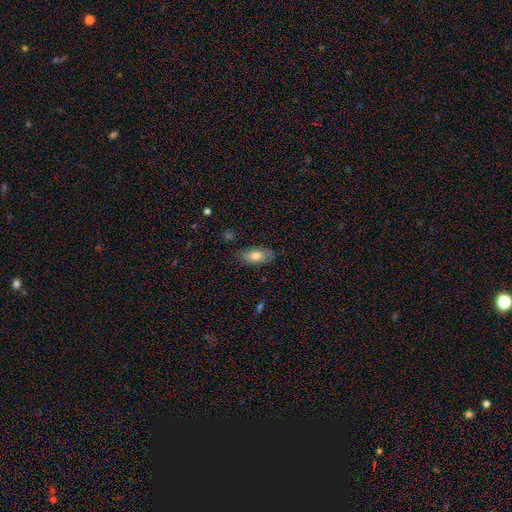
Morphology: type=smooth (83%); roundness=in between (83%); merging=none (77%).